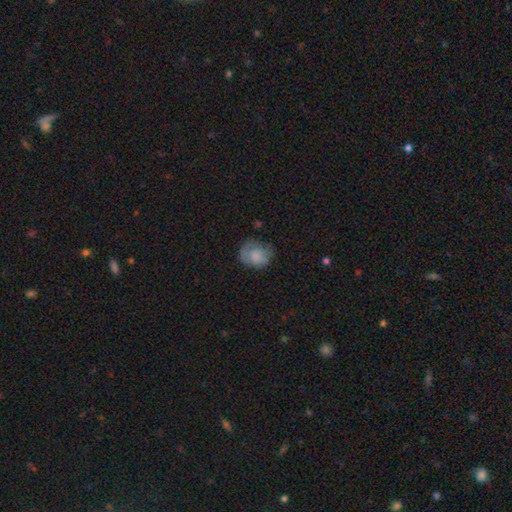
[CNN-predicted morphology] smooth-or-featured: smooth: 70% | featured or disk: 22% | star or artifact: 8%
  how-rounded: round: 65% | in between: 35% | cigar-shaped: 1%
  merging: none: 57% | minor disturbance: 28% | major disturbance: 14% | merger: 2%